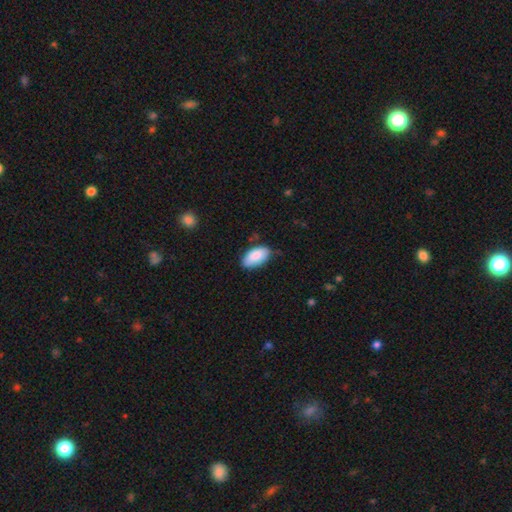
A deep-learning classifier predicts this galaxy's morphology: Smooth or featured: smooth — 87% (featured or disk — 7%)
How rounded: in between — 95% (round — 3%)
Merging: none — 72% (minor disturbance — 23%)